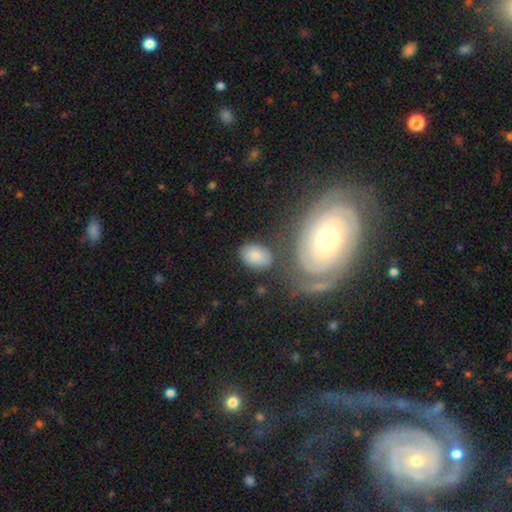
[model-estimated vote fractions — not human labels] Smooth or featured? smooth (74%)
How rounded? in between (76%)
Merging? none (70%)